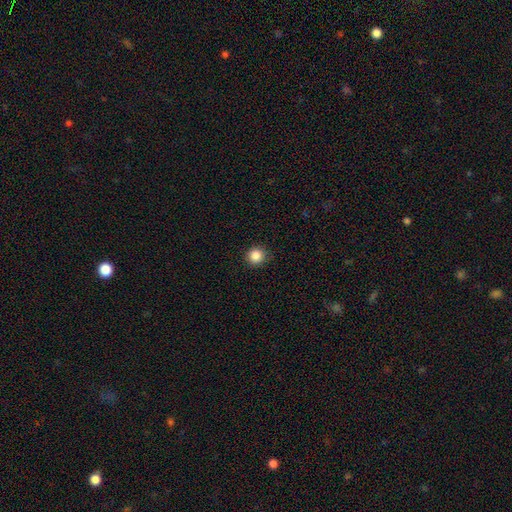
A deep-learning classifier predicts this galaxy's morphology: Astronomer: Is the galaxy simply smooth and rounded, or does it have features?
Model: smooth — 86%.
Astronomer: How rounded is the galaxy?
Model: round — 94%.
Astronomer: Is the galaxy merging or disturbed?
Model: none — 91%.